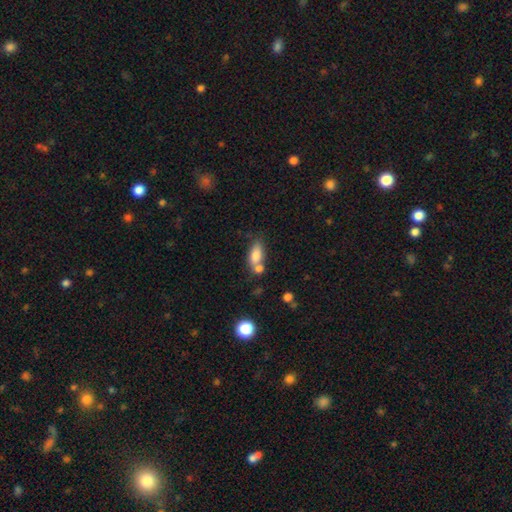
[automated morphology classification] The model was most divided on "merging": none: 47%, merger: 33%, minor disturbance: 15%, major disturbance: 6%. More confident: how rounded — in between (83%); smooth or featured — smooth (80%).